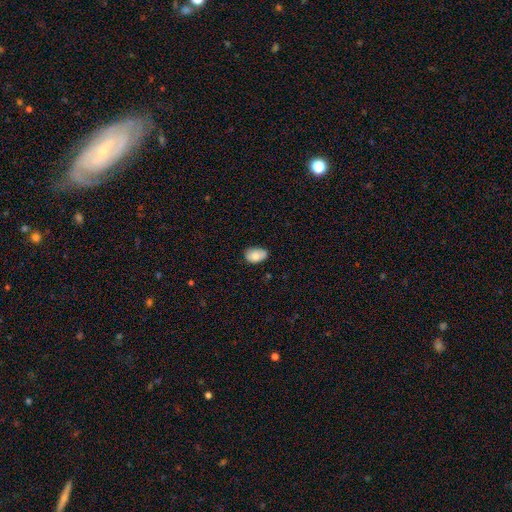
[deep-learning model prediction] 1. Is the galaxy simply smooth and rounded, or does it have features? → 81% smooth, 12% featured or disk, 7% star or artifact.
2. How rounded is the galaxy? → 91% in between, 8% round, 1% cigar-shaped.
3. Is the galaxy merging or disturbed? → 67% none, 27% minor disturbance, 4% major disturbance, 1% merger.